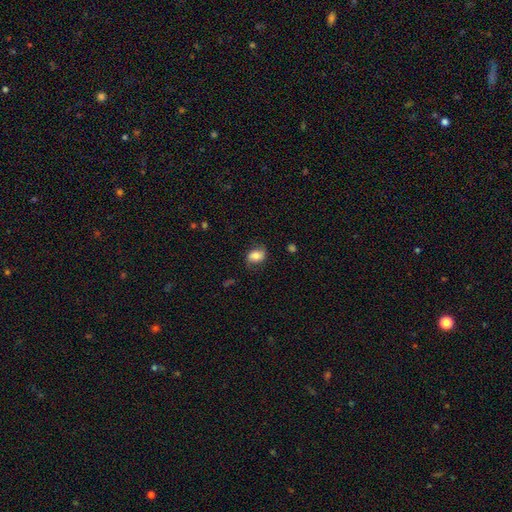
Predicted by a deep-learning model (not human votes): Smooth or featured? Predicted: smooth (p=0.72). How rounded? Predicted: in between (p=0.75). Merging? Predicted: none (p=0.71).